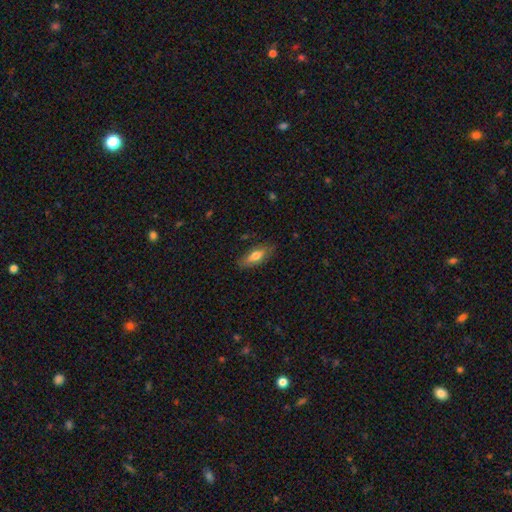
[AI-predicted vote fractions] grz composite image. It shows a smooth galaxy with no disk features (68%) that is in between round and cigar-shaped (71%). Merging: none (81%).